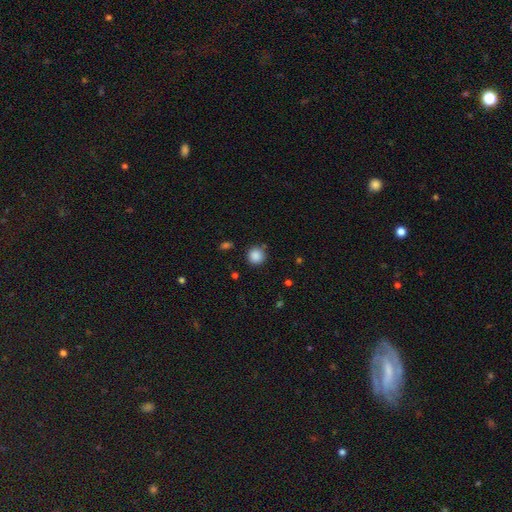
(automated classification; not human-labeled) smooth_or_featured: smooth (p=0.87) [alt: star or artifact p=0.10]
how_rounded: round (p=0.92) [alt: in between p=0.07]
merging: none (p=0.84) [alt: minor disturbance p=0.10]